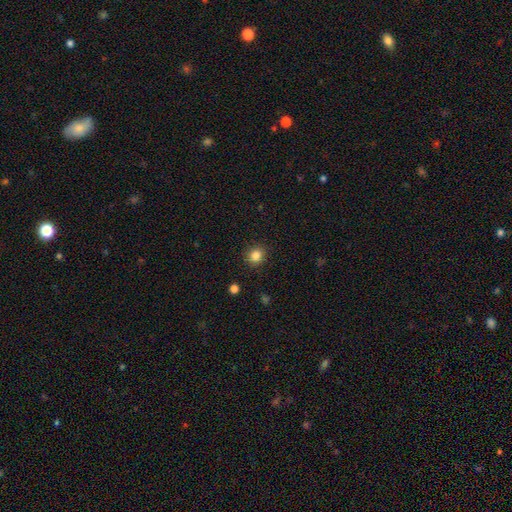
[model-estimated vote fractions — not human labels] smooth 84%, star or artifact 11%, featured or disk 4%. Down the decision tree: how rounded — round (83%); merging — none (90%).